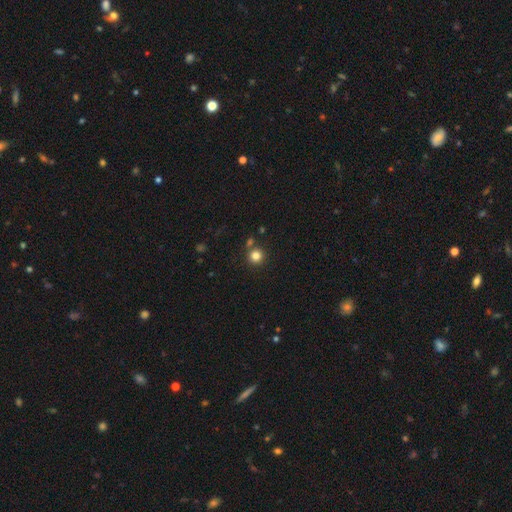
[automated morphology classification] A smooth galaxy with no disk features (82%) that is round (94%). Merging: none (80%).